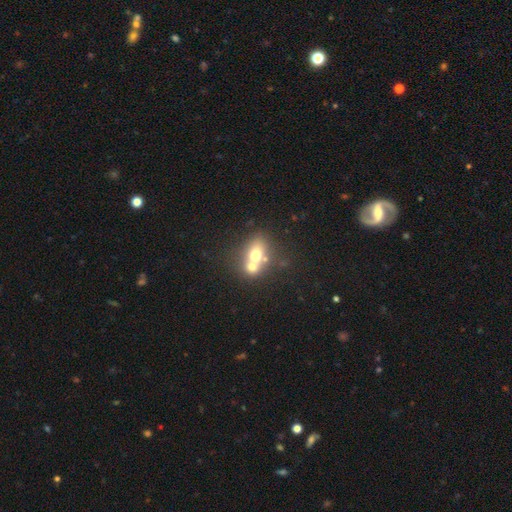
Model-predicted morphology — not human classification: A smooth galaxy with no disk features (63%) that is in between round and cigar-shaped (56%). Merging: merger (59%).